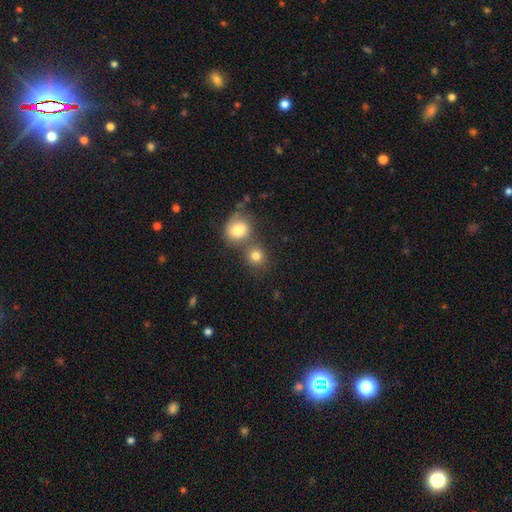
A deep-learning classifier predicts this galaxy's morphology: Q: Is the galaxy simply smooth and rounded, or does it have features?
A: smooth — 81%.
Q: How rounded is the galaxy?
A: round — 84%.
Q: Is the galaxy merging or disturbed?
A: none — 54%.